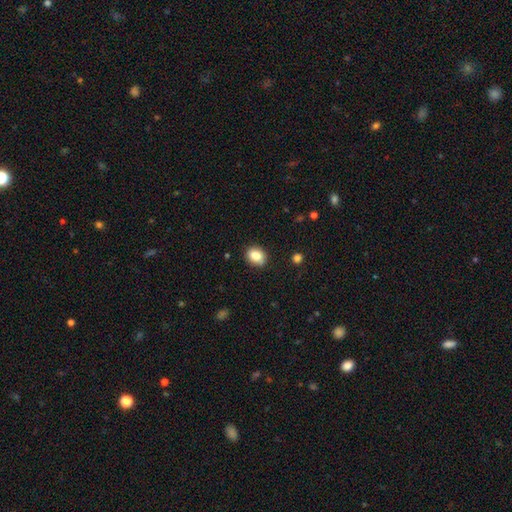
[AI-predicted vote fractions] Smooth or featured: smooth — 85% (star or artifact — 9%)
How rounded: in between — 53% (round — 46%)
Merging: none — 86% (minor disturbance — 11%)